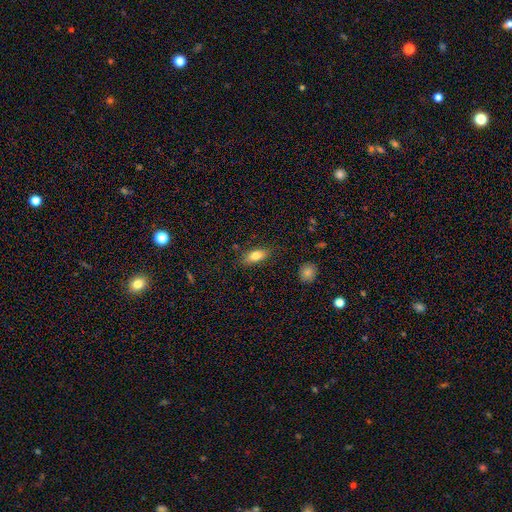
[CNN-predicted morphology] Smooth or featured?
  - smooth: 80% *
  - featured or disk: 12%
  - star or artifact: 8%
How rounded?
  - in between: 84% *
  - cigar-shaped: 12%
  - round: 4%
Merging?
  - none: 82% *
  - minor disturbance: 13%
  - major disturbance: 3%
  - merger: 2%